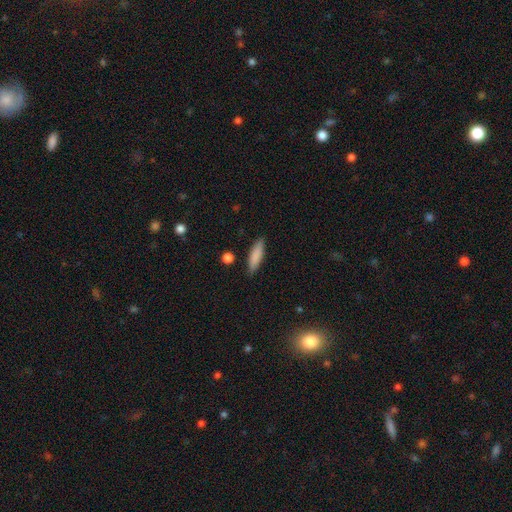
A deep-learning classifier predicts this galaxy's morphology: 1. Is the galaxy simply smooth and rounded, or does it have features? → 84% smooth, 10% featured or disk, 6% star or artifact.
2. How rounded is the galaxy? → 62% cigar-shaped, 36% in between, 2% round.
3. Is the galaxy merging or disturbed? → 86% none, 10% minor disturbance, 2% major disturbance, 2% merger.